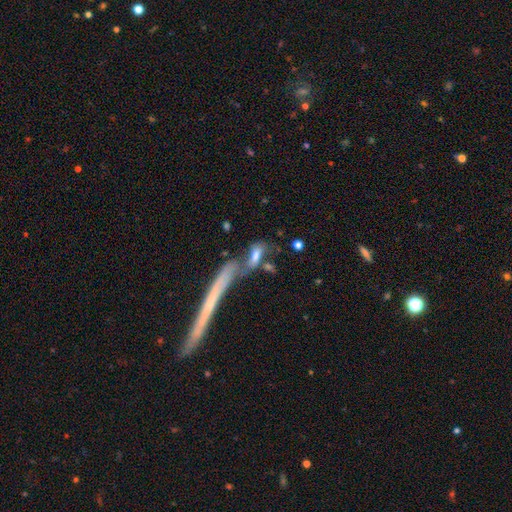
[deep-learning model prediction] A smooth galaxy with no disk features (60%) that is in between round and cigar-shaped (51%).

Vote fractions:
- Smooth or featured? smooth: 60% / featured or disk: 29% / star or artifact: 11%
- How rounded? in between: 51% / cigar-shaped: 42% / round: 7%
- Merging? merger: 40% / none: 33% / minor disturbance: 14% / major disturbance: 13%